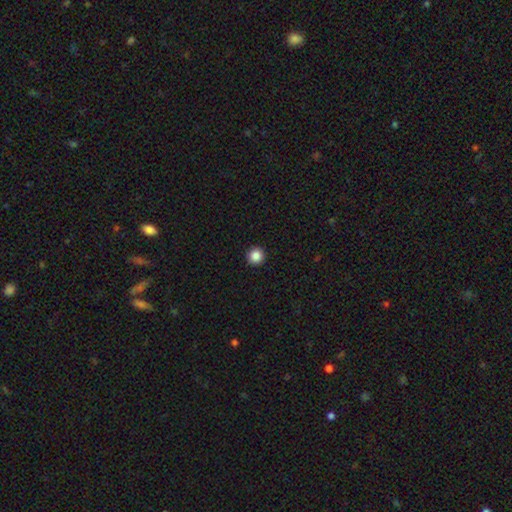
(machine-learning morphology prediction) Smooth or featured? smooth (87%)
How rounded? round (96%)
Merging? none (94%)